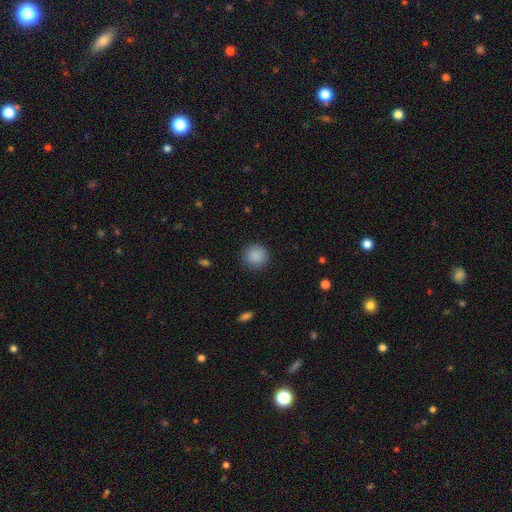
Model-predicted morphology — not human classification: Smooth or featured: smooth — 89% (star or artifact — 9%)
How rounded: round — 94% (in between — 5%)
Merging: none — 90% (minor disturbance — 7%)